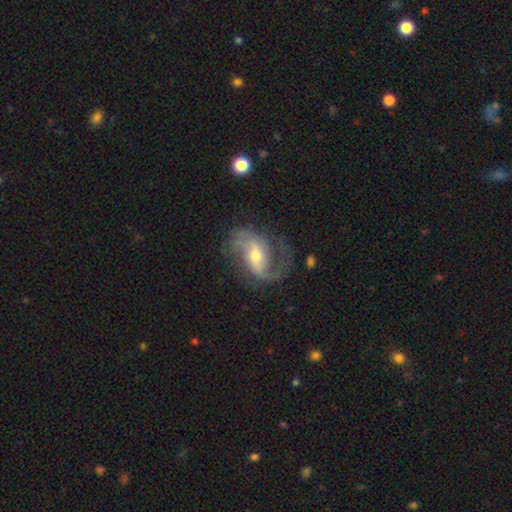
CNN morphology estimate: Q: Smooth or featured?
A: featured or disk (84%); runner-up: smooth (10%)
Q: Edge-on disk?
A: no (96%); runner-up: yes (4%)
Q: Bar?
A: weak (45%); runner-up: no (31%)
Q: Spiral arms?
A: yes (95%); runner-up: no (5%)
Q: Spiral winding?
A: loose (55%); runner-up: medium (35%)
Q: Spiral arm count?
A: 2 (81%); runner-up: 1 (7%)
Q: Bulge size?
A: moderate (53%); runner-up: small (41%)
Q: Merging?
A: none (62%); runner-up: minor disturbance (19%)